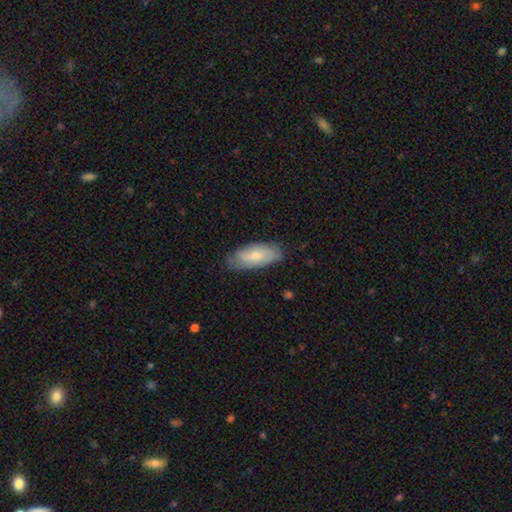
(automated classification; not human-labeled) This is likely a smooth galaxy (60%). How rounded: clearly in between (83%). Merging: likely none (73%).